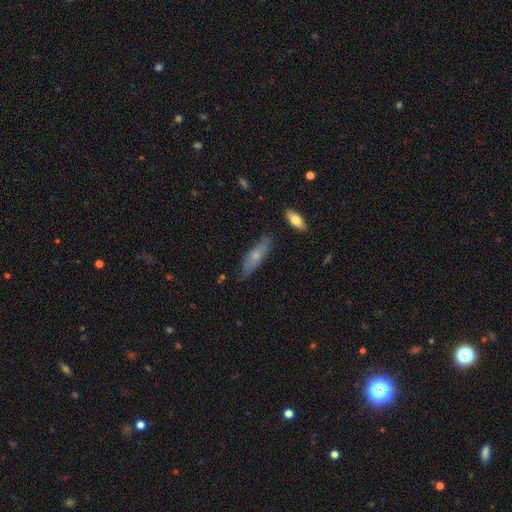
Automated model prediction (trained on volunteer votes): Smooth or featured? smooth (56%)
How rounded? cigar-shaped (62%)
Merging? none (71%)